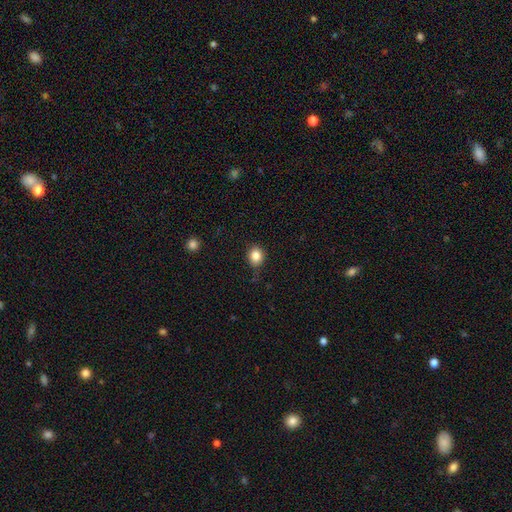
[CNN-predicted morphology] type=smooth (84%); roundness=round (71%); merging=none (82%).